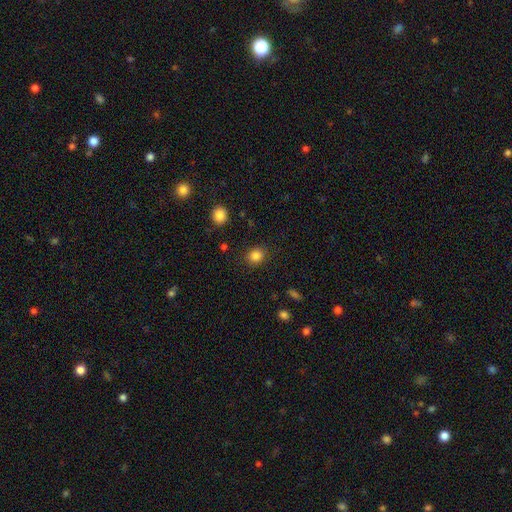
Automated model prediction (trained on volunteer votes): Morphology: type=smooth (85%); roundness=round (69%); merging=none (87%).